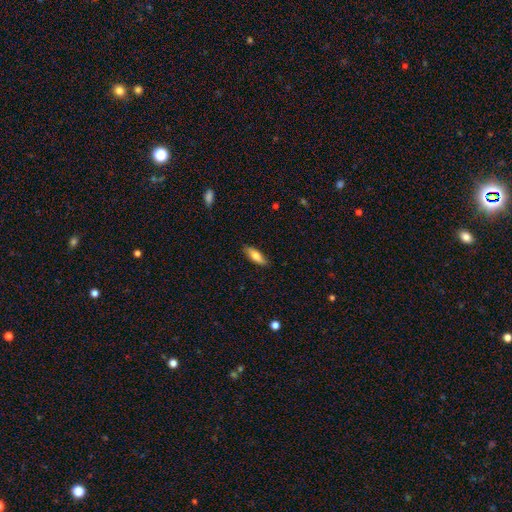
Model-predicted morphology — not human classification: A smooth galaxy with no disk features (74%) that is in between round and cigar-shaped (60%).

Vote fractions:
- Smooth or featured? smooth: 74% / featured or disk: 20% / star or artifact: 6%
- How rounded? in between: 60% / cigar-shaped: 38% / round: 2%
- Merging? none: 86% / minor disturbance: 11% / major disturbance: 2% / merger: 1%